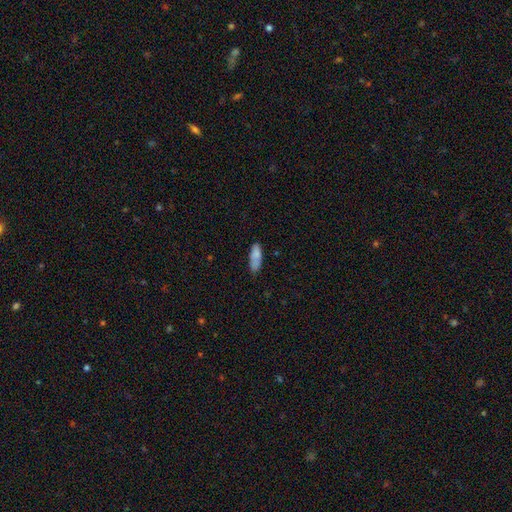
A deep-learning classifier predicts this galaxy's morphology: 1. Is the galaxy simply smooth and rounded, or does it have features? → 82% smooth, 11% featured or disk, 7% star or artifact.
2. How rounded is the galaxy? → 69% in between, 29% cigar-shaped, 2% round.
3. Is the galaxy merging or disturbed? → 67% none, 24% minor disturbance, 5% major disturbance, 4% merger.